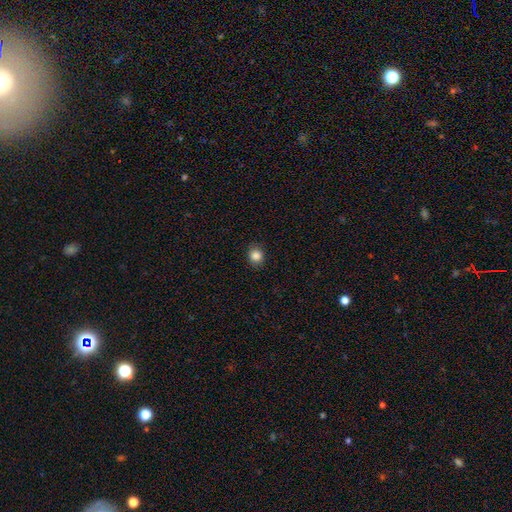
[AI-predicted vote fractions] A smooth galaxy with no disk features (85%) that is round (75%). Merging: none (88%).